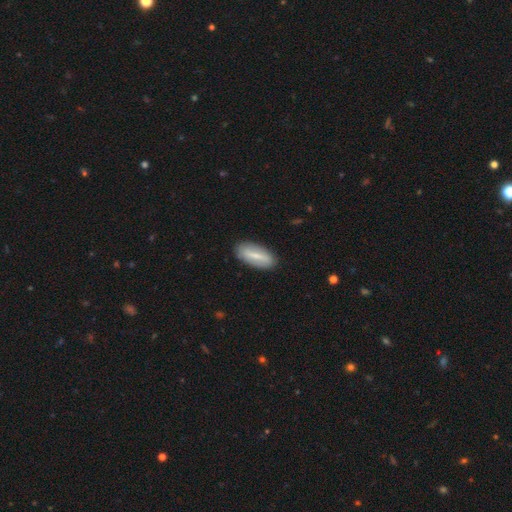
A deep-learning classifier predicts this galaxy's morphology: Q: Smooth or featured?
A: smooth (55%); runner-up: featured or disk (38%)
Q: How rounded?
A: in between (75%); runner-up: cigar-shaped (22%)
Q: Merging?
A: none (86%); runner-up: minor disturbance (10%)